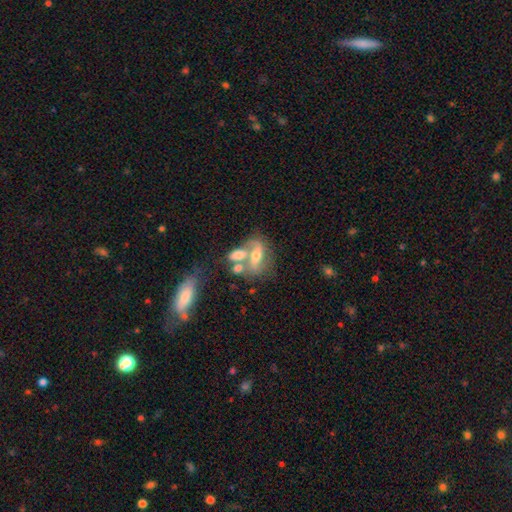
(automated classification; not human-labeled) Morphology: type=featured or disk (57%); edge-on=no (84%); merging=merger (47%).